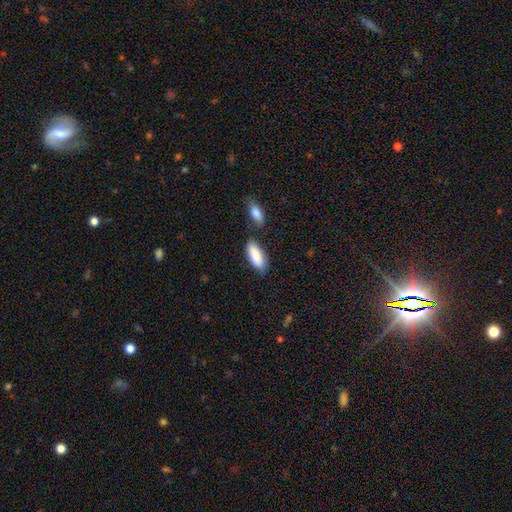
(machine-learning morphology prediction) type=smooth (88%); roundness=in between (80%); merging=none (67%).